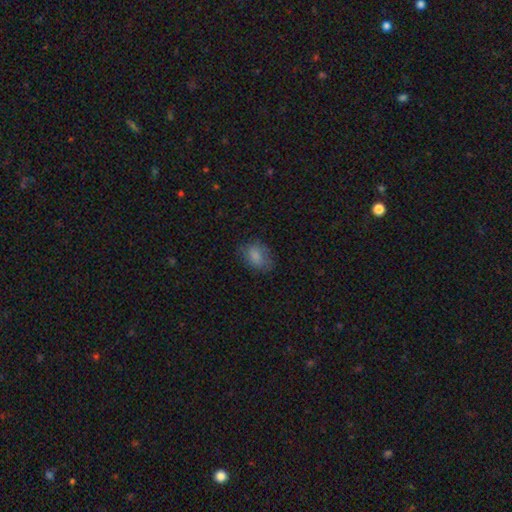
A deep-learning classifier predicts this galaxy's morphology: Smooth or featured?
  - smooth: 80% *
  - featured or disk: 10%
  - star or artifact: 9%
How rounded?
  - in between: 73% *
  - round: 26%
  - cigar-shaped: 1%
Merging?
  - none: 67% *
  - minor disturbance: 23%
  - major disturbance: 10%
  - merger: 1%